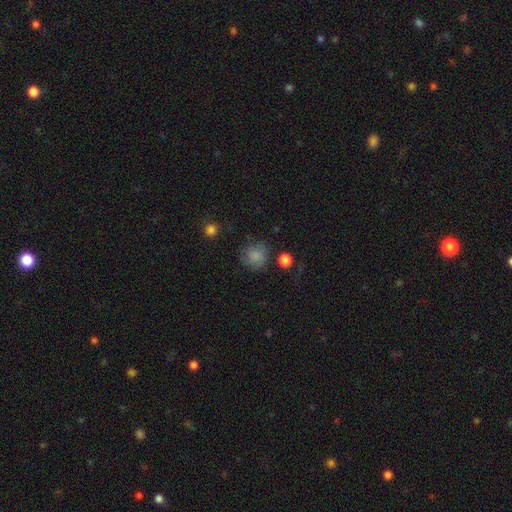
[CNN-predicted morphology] Q: Smooth or featured?
A: smooth (79%); runner-up: featured or disk (11%)
Q: How rounded?
A: round (87%); runner-up: in between (13%)
Q: Merging?
A: none (69%); runner-up: minor disturbance (19%)